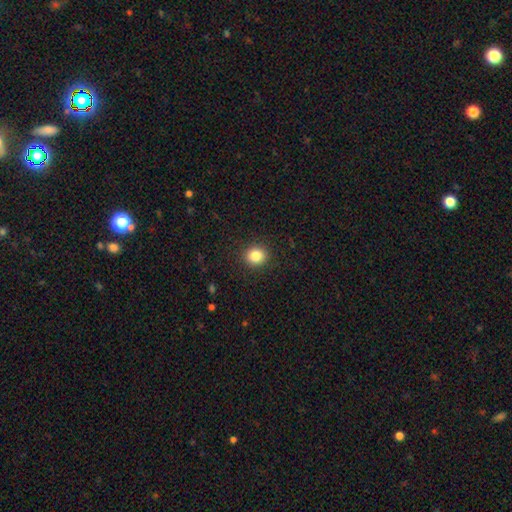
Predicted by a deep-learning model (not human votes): This is clearly a smooth galaxy (85%). How rounded: clearly round (82%). Merging: clearly none (91%).